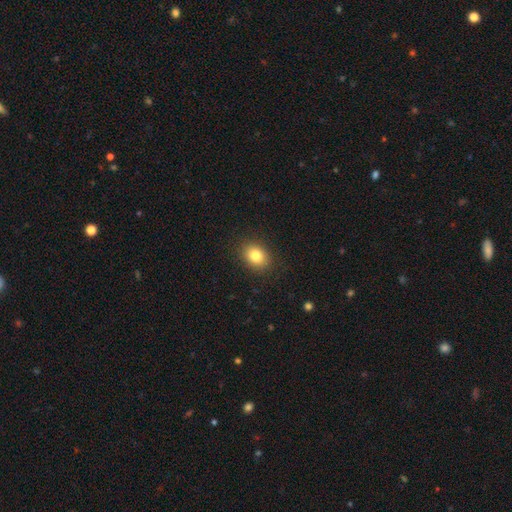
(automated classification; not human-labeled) smooth-or-featured: smooth: 81% | star or artifact: 10% | featured or disk: 8%
  how-rounded: in between: 52% | round: 47% | cigar-shaped: 1%
  merging: none: 89% | minor disturbance: 8% | major disturbance: 2% | merger: 1%